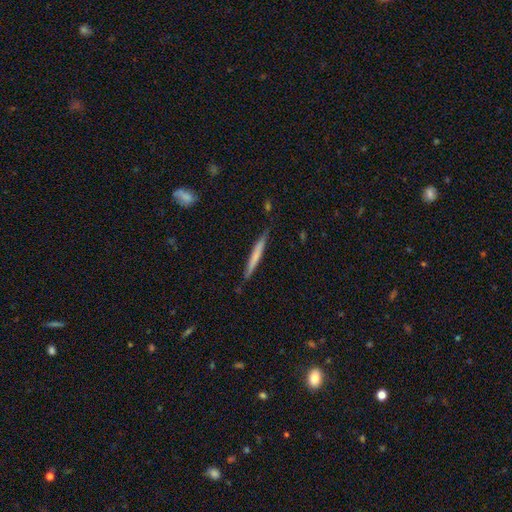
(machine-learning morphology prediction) A smooth galaxy with no disk features (60%) that is cigar-shaped (97%). Merging: none (87%).